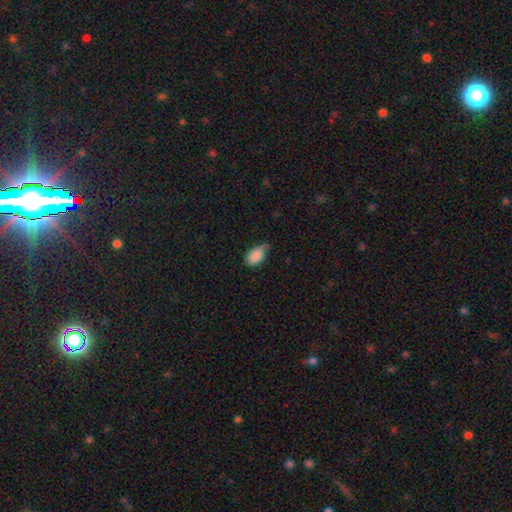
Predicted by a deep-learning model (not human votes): A smooth galaxy with no disk features (87%) that is in between round and cigar-shaped (92%). Merging: none (49%).